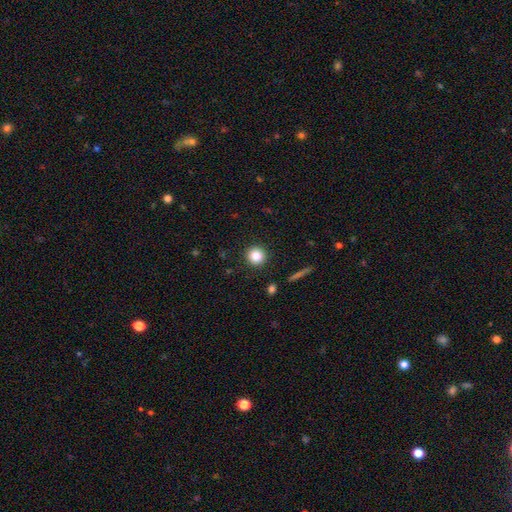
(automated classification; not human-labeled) This is clearly a smooth galaxy (84%). How rounded: clearly round (94%). Merging: clearly none (92%).